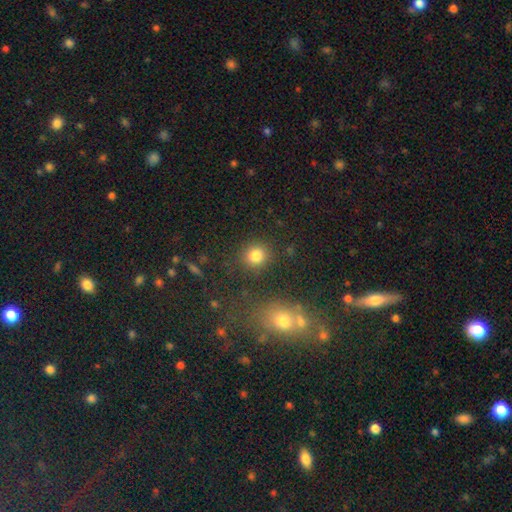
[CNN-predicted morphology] A smooth galaxy with no disk features (82%) that is round (84%). Merging: none (84%).